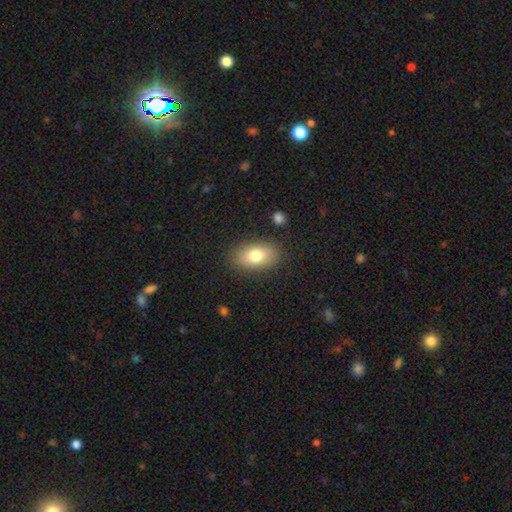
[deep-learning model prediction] smooth-or-featured: smooth: 78% | featured or disk: 14% | star or artifact: 8%
  how-rounded: in between: 89% | round: 9% | cigar-shaped: 2%
  merging: none: 85% | minor disturbance: 10% | major disturbance: 3% | merger: 2%